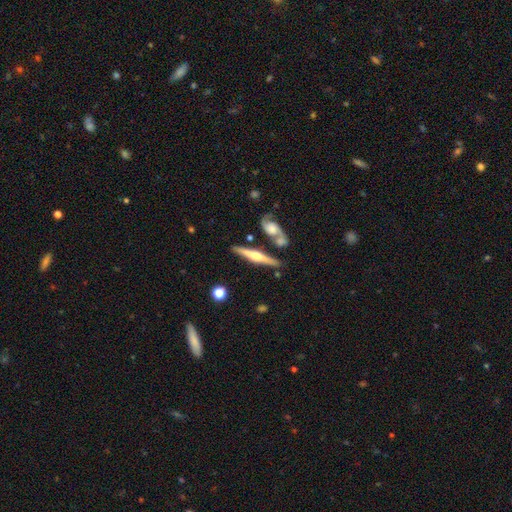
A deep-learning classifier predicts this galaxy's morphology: Overall: featured or disk (70%). Edge-on disk: yes (95%). Edge-on bulge: rounded (87%). Merging: none (73%).